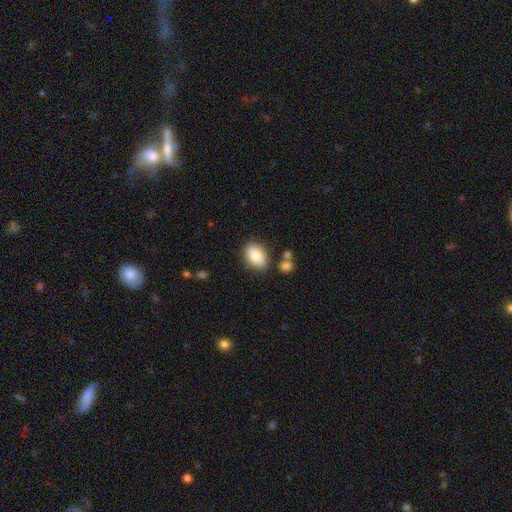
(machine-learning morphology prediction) Smooth or featured? Predicted: smooth (p=0.84). How rounded? Predicted: in between (p=0.85). Merging? Predicted: none (p=0.79).